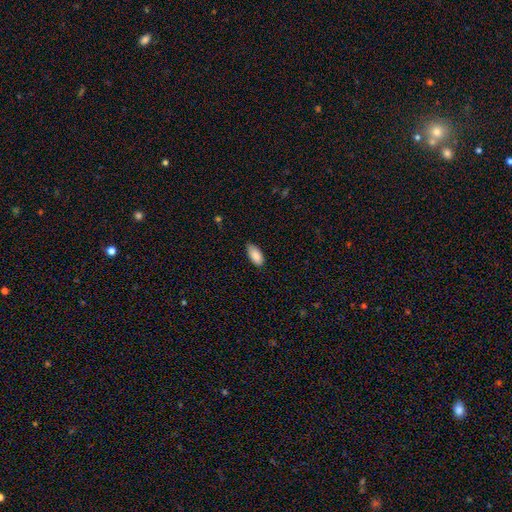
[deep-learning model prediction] This is clearly a smooth galaxy (89%). How rounded: clearly in between (92%). Merging: likely none (75%).